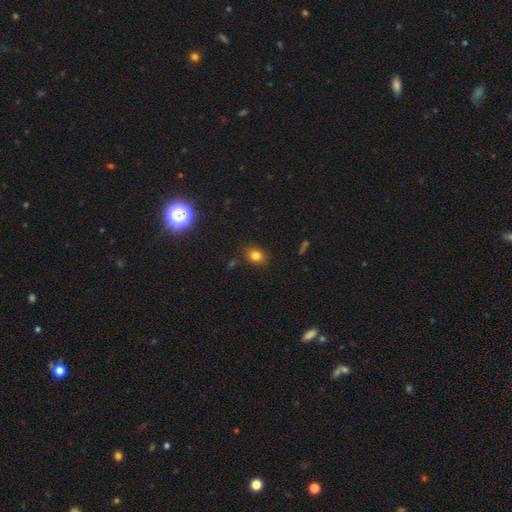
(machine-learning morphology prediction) This is likely a smooth galaxy (80%). How rounded: possibly round (54%). Merging: clearly none (83%).